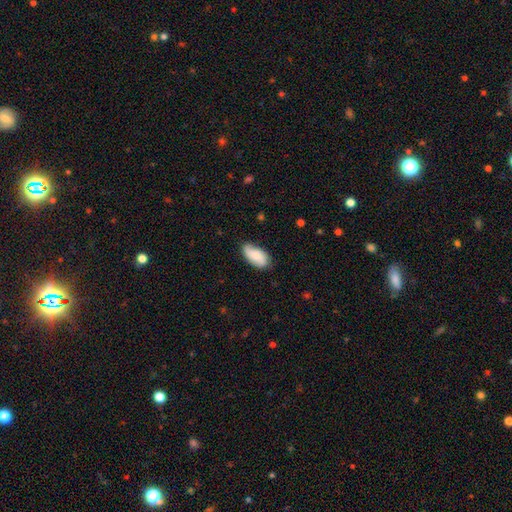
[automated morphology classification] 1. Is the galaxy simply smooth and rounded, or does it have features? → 67% smooth, 26% featured or disk, 7% star or artifact.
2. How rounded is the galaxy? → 92% in between, 5% cigar-shaped, 3% round.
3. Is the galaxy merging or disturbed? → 73% none, 21% minor disturbance, 5% major disturbance, 1% merger.